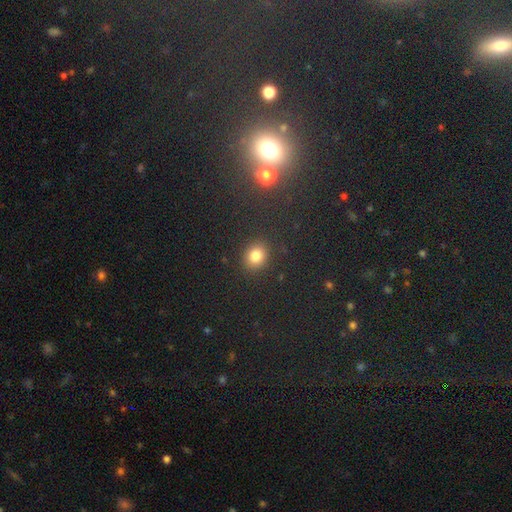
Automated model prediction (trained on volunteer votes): smooth-or-featured: smooth: 81% | star or artifact: 14% | featured or disk: 5%
  how-rounded: round: 72% | in between: 26% | cigar-shaped: 1%
  merging: none: 88% | minor disturbance: 7% | major disturbance: 3% | merger: 2%